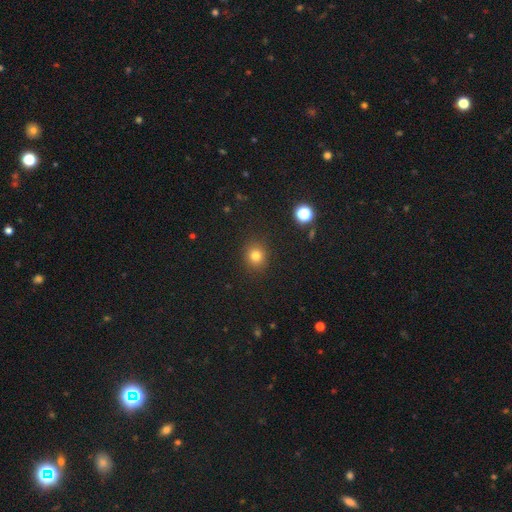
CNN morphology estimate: The model was most divided on "smooth or featured": smooth: 78%, star or artifact: 16%, featured or disk: 6%. More confident: merging — none (89%); how rounded — round (84%).